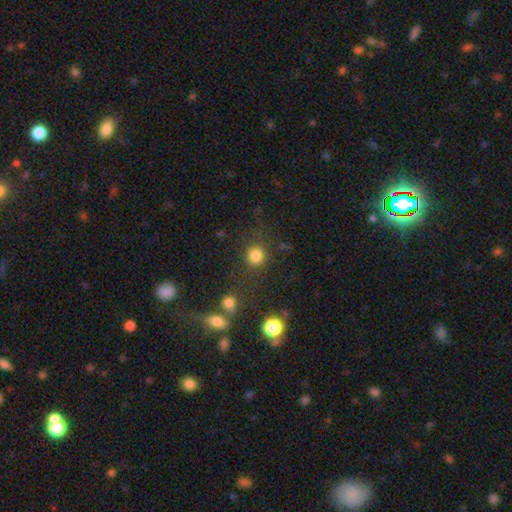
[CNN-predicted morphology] Smooth or featured?
  - smooth: 82% *
  - star or artifact: 13%
  - featured or disk: 5%
How rounded?
  - round: 89% *
  - in between: 10%
  - cigar-shaped: 1%
Merging?
  - none: 78% *
  - minor disturbance: 9%
  - merger: 7%
  - major disturbance: 6%